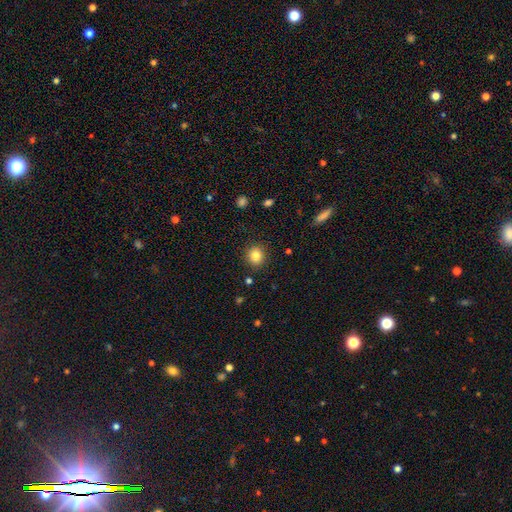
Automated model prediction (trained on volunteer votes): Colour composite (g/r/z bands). It shows a smooth galaxy with no disk features (82%) that is round (87%). Merging: none (90%).